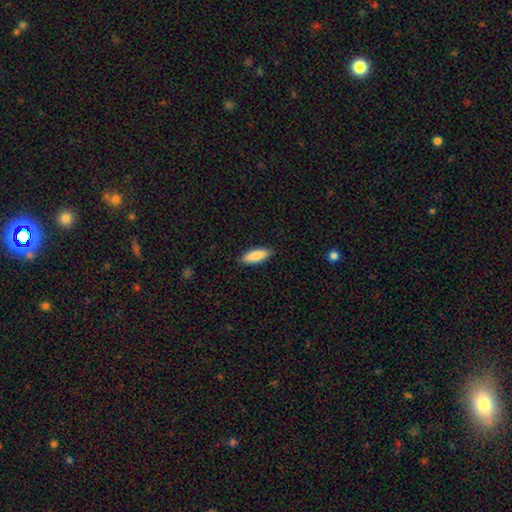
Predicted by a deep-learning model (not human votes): Q: Smooth or featured?
A: smooth (86%); runner-up: featured or disk (8%)
Q: How rounded?
A: in between (63%); runner-up: cigar-shaped (35%)
Q: Merging?
A: none (88%); runner-up: minor disturbance (9%)